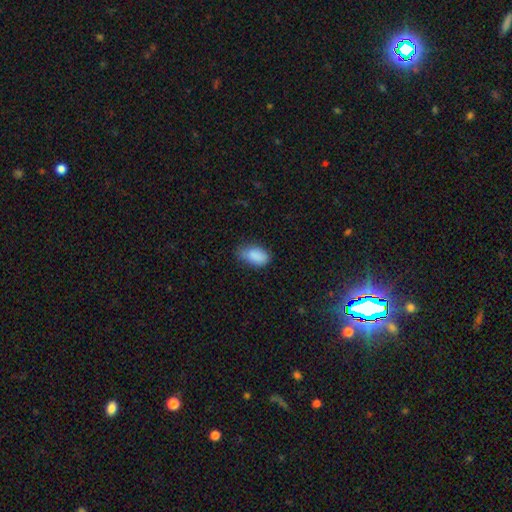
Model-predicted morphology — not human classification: Smooth or featured? Predicted: smooth (p=0.87). How rounded? Predicted: in between (p=0.92). Merging? Predicted: none (p=0.56).